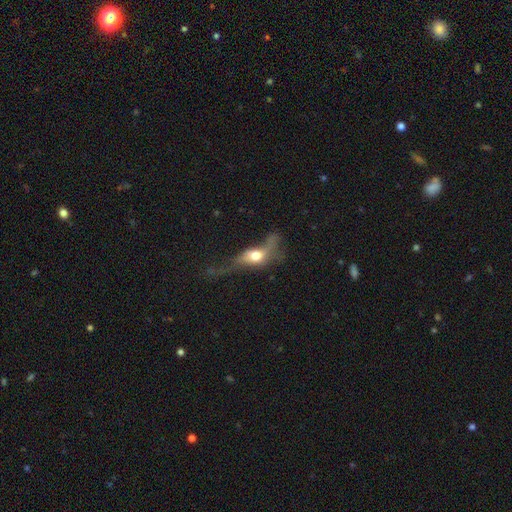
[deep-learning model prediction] Q: Smooth or featured?
A: featured or disk (46%); runner-up: smooth (44%)
Q: Merging?
A: major disturbance (51%); runner-up: none (22%)